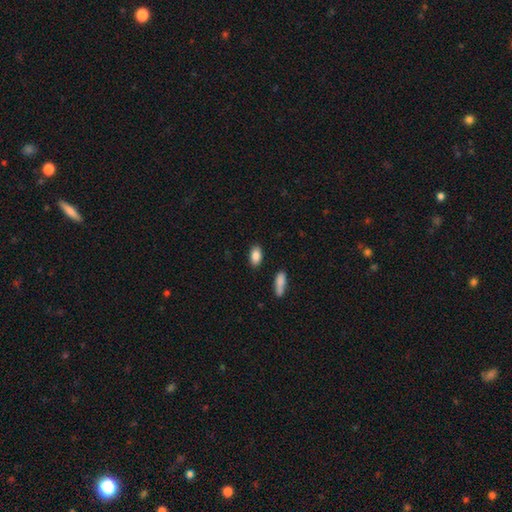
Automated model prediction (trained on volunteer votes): A smooth galaxy with no disk features (87%) that is in between round and cigar-shaped (91%).

Vote fractions:
- Smooth or featured? smooth: 87% / star or artifact: 7% / featured or disk: 6%
- How rounded? in between: 91% / round: 5% / cigar-shaped: 5%
- Merging? none: 87% / minor disturbance: 9% / merger: 2% / major disturbance: 2%